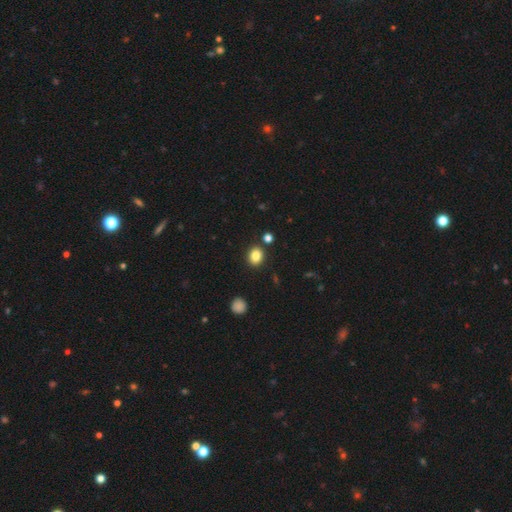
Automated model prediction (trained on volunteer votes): Overall: smooth (84%). How rounded: round (51%; in between 48%). Merging: none (85%).